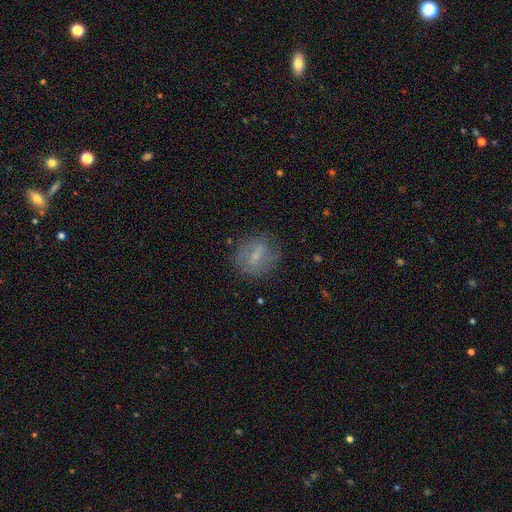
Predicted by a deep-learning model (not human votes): A smooth galaxy with no disk features (46%). Merging: none (75%).